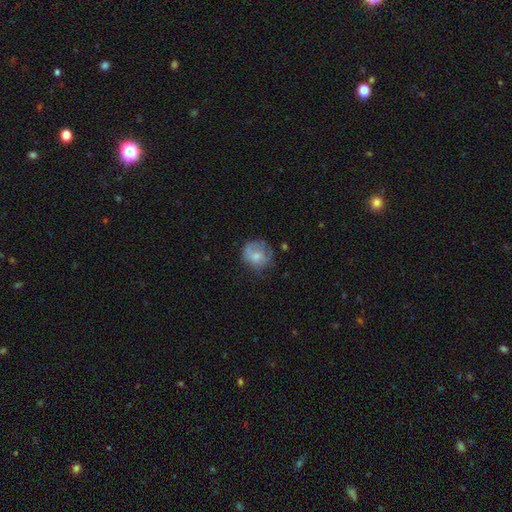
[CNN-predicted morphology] A smooth galaxy with no disk features (63%) that is round (76%). Merging: none (51%).